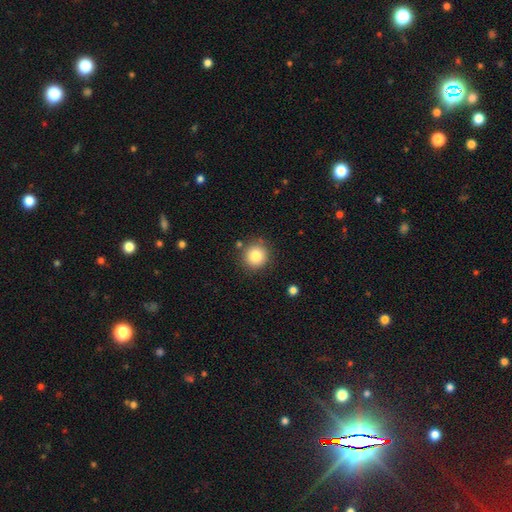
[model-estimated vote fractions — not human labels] Smooth or featured: smooth — 82% (star or artifact — 10%)
How rounded: round — 92% (in between — 7%)
Merging: none — 86% (minor disturbance — 9%)